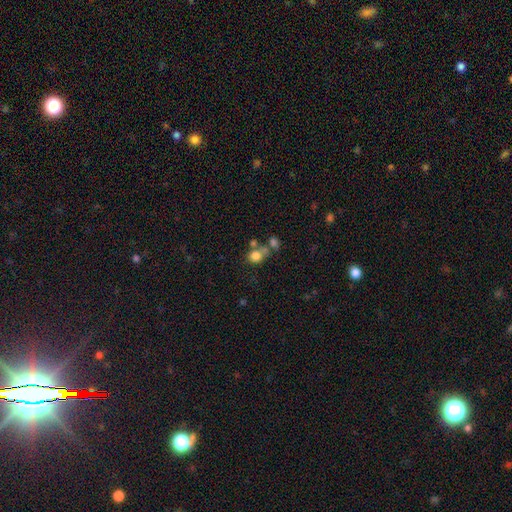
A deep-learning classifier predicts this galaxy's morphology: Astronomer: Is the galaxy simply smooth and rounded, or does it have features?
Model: smooth — 77%.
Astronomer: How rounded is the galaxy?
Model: round — 66%.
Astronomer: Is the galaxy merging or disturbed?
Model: none — 45% (runner-up: merger, 36%).